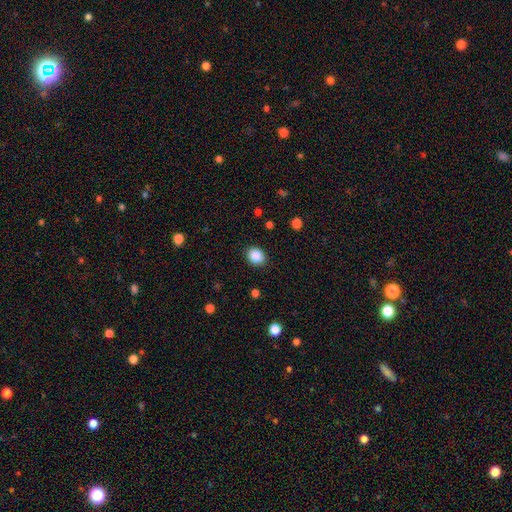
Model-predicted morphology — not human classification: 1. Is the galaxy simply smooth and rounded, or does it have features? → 87% smooth, 9% star or artifact, 4% featured or disk.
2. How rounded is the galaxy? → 55% round, 44% in between, 1% cigar-shaped.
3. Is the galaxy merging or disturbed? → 89% none, 8% minor disturbance, 2% major disturbance, 1% merger.